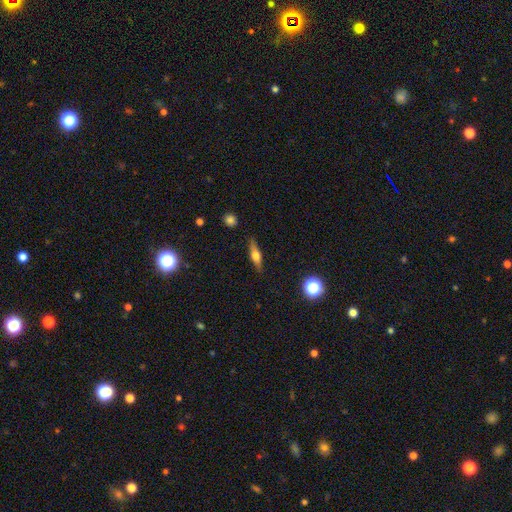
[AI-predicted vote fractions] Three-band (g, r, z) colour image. It shows a featured or disk galaxy (53%) viewed edge-on (94%). Merging: none (86%).